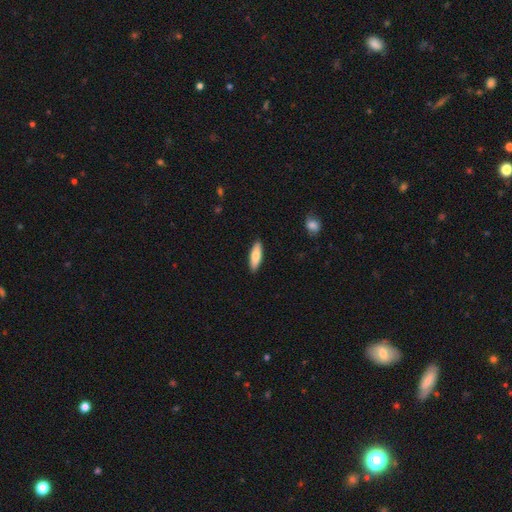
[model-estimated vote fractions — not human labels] smooth 78%, featured or disk 16%, star or artifact 6%. Down the decision tree: how rounded — cigar-shaped (52%); merging — none (90%).